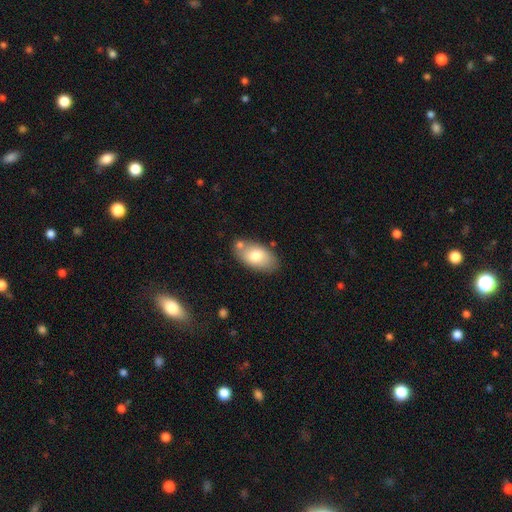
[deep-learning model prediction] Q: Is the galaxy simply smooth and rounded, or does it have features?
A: smooth — 75%.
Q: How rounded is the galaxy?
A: in between — 94%.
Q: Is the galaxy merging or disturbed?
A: none — 71%.